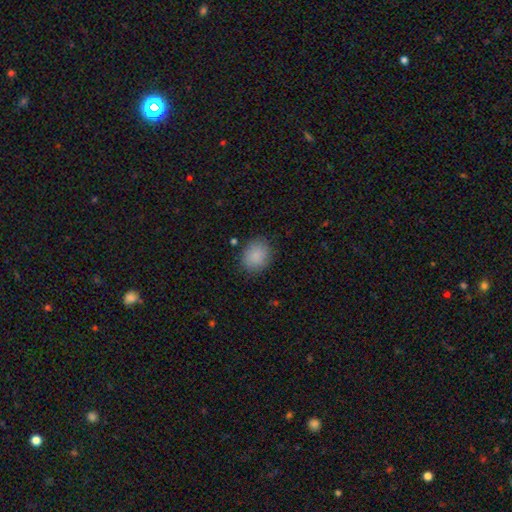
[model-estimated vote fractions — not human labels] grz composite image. It shows a smooth galaxy with no disk features (88%) that is round (57%). Merging: none (85%).